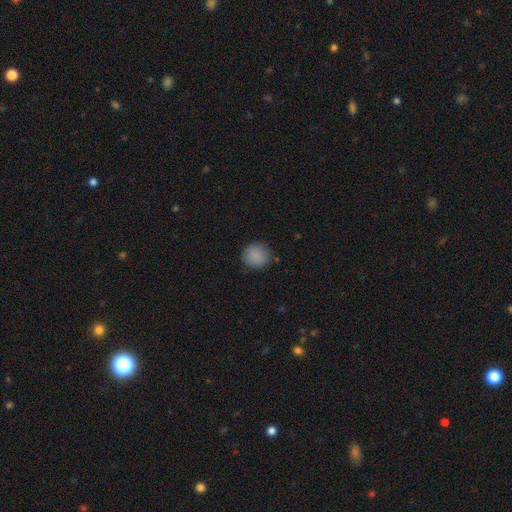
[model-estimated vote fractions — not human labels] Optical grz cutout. It shows a smooth galaxy with no disk features (88%) that is round (91%). Merging: none (86%).